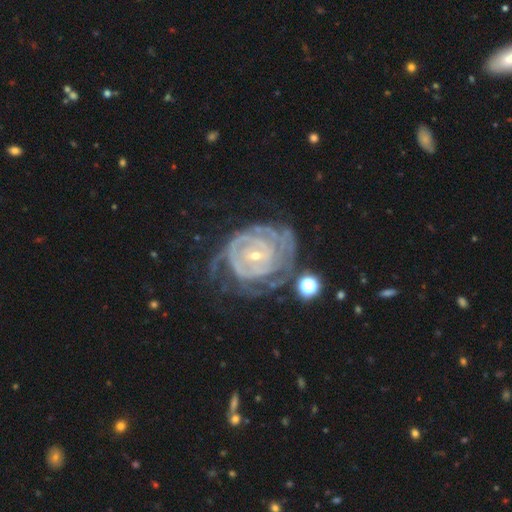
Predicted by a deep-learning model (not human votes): Smooth or featured: featured or disk — 87% (smooth — 7%)
Edge-on disk: no — 97% (yes — 3%)
Bar: no — 53% (weak — 34%)
Spiral arms: yes — 93% (no — 7%)
Spiral winding: tight — 80% (medium — 16%)
Spiral arm count: can't tell — 42% (2 — 18%)
Bulge size: small — 79% (moderate — 18%)
Merging: none — 49% (minor disturbance — 25%)